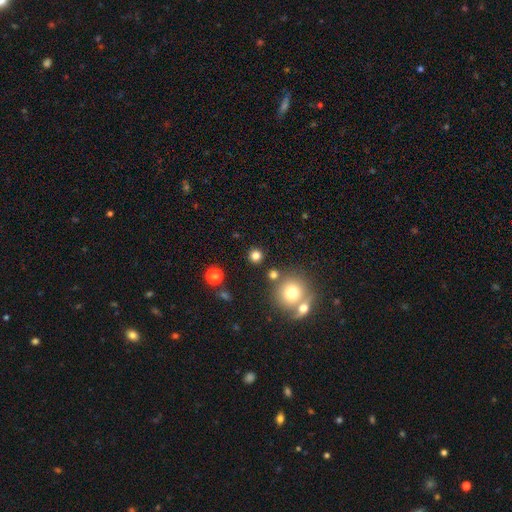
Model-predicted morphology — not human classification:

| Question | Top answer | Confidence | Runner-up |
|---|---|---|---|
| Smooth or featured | smooth | 78% | star or artifact (16%) |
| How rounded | round | 93% | in between (6%) |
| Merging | none | 84% | merger (7%) |